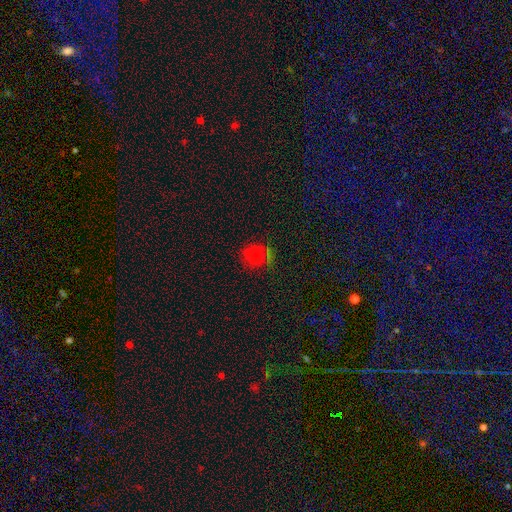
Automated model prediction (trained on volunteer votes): Smooth or featured: smooth — 66% (star or artifact — 19%)
How rounded: round — 84% (in between — 15%)
Merging: none — 71% (minor disturbance — 19%)